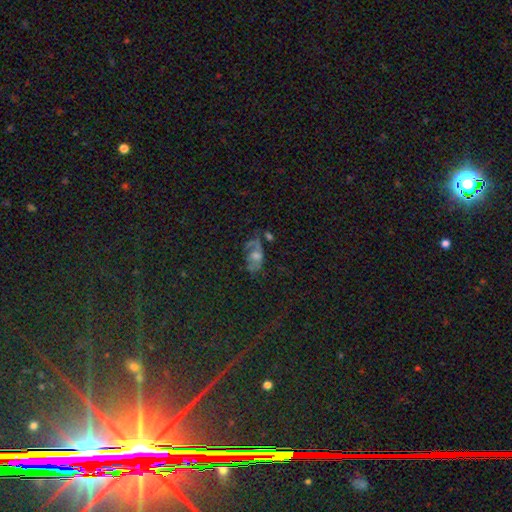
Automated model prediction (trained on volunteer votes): This is marginally a featured or disk galaxy (40%). Merging: possibly none (55%).